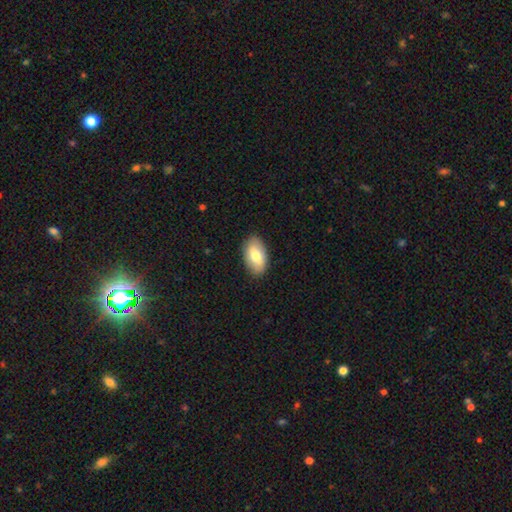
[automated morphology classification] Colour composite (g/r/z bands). It shows a smooth galaxy with no disk features (74%) that is in between round and cigar-shaped (93%). Merging: none (87%).